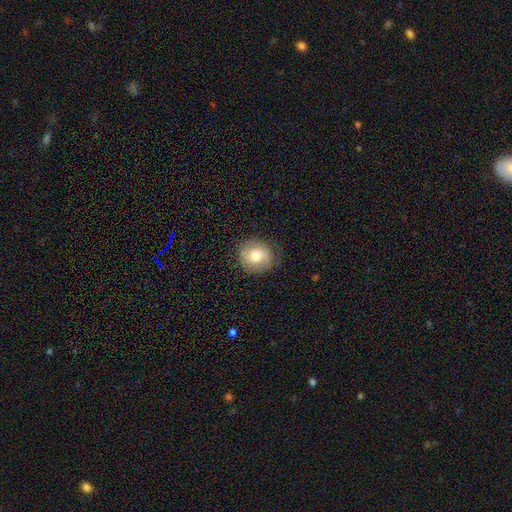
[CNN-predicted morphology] smooth 72%, featured or disk 20%, star or artifact 8%. Down the decision tree: how rounded — round (82%); merging — none (79%).